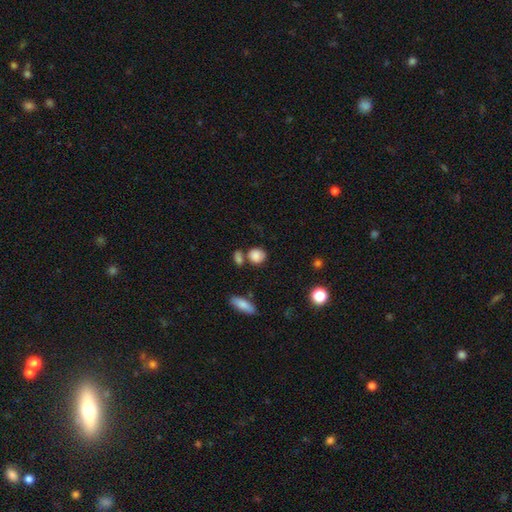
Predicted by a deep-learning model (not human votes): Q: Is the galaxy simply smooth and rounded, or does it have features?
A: smooth — 84%.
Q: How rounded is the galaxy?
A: round — 75%.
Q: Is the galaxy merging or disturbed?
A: none — 65%.